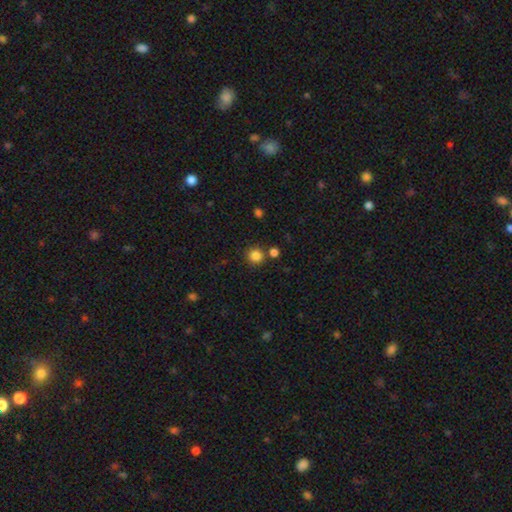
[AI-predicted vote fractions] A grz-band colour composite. It shows a smooth galaxy with no disk features (84%) that is round (93%). Merging: none (81%).